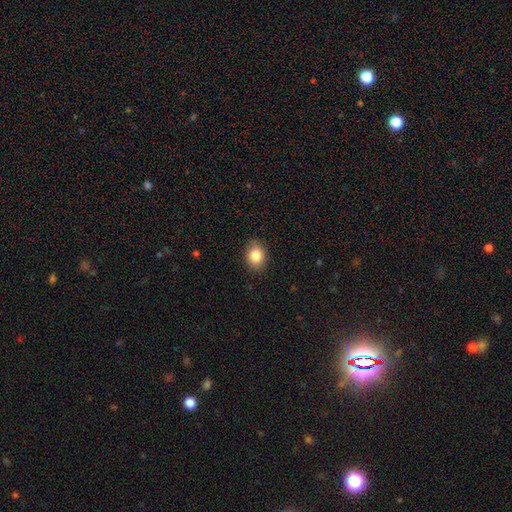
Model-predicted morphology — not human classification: type=smooth (85%); roundness=in between (54%); merging=none (88%).